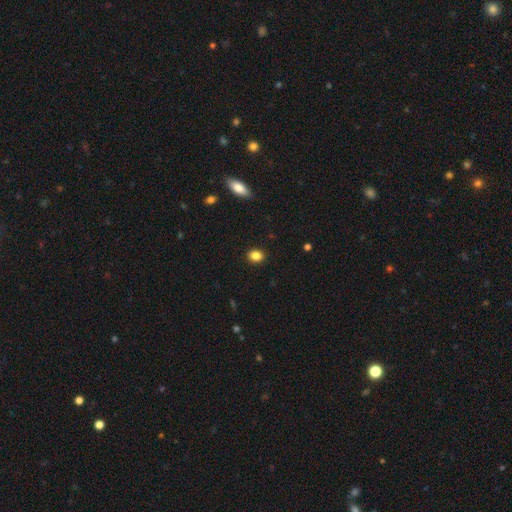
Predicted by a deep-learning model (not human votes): Smooth or featured: smooth — 85% (star or artifact — 10%)
How rounded: in between — 52% (round — 47%)
Merging: none — 90% (minor disturbance — 7%)